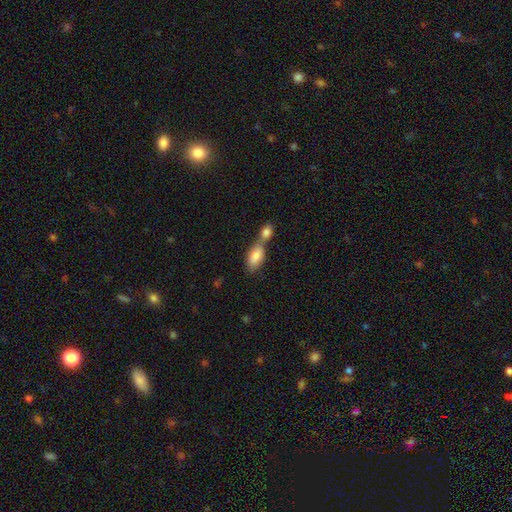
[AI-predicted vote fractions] Q: Smooth or featured?
A: smooth (81%); runner-up: featured or disk (12%)
Q: How rounded?
A: in between (88%); runner-up: cigar-shaped (6%)
Q: Merging?
A: merger (68%); runner-up: none (21%)